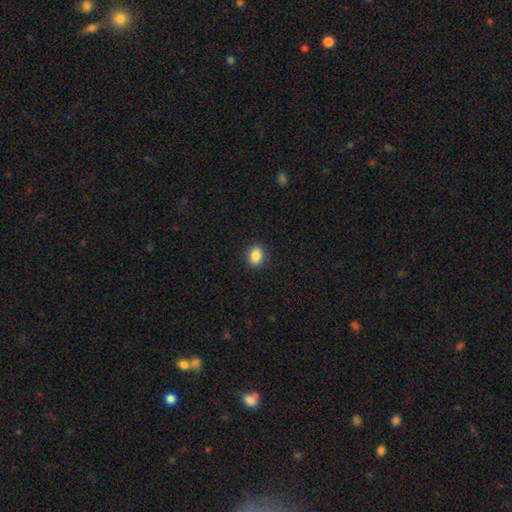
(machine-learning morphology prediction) smooth-or-featured: smooth: 87% | star or artifact: 9% | featured or disk: 4%
  how-rounded: in between: 57% | round: 42% | cigar-shaped: 1%
  merging: none: 90% | minor disturbance: 7% | major disturbance: 2% | merger: 1%